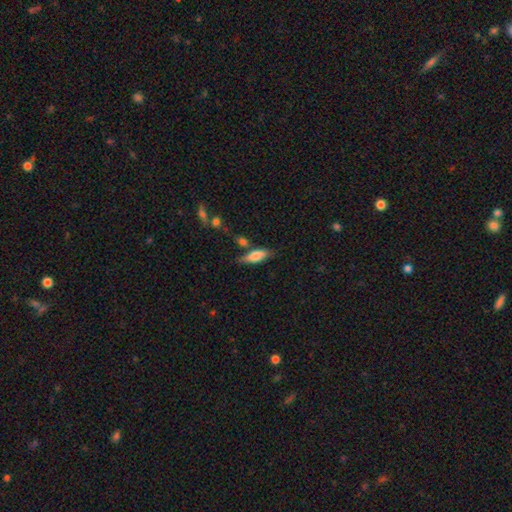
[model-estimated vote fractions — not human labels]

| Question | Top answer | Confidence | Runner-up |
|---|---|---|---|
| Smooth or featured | smooth | 78% | featured or disk (16%) |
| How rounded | in between | 66% | cigar-shaped (32%) |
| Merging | none | 63% | minor disturbance (20%) |